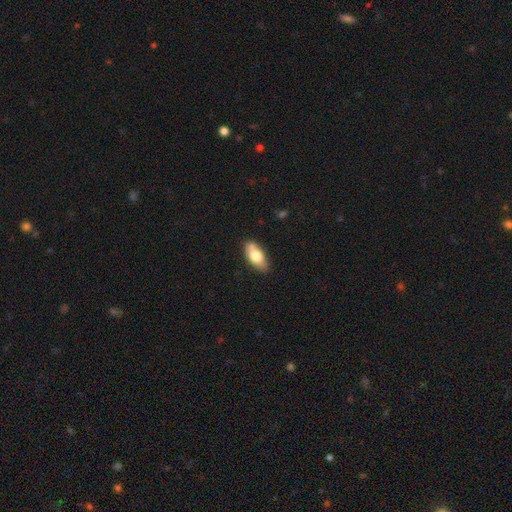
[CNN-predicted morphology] Overall: smooth (71%). How rounded: in between (87%). Merging: none (70%).